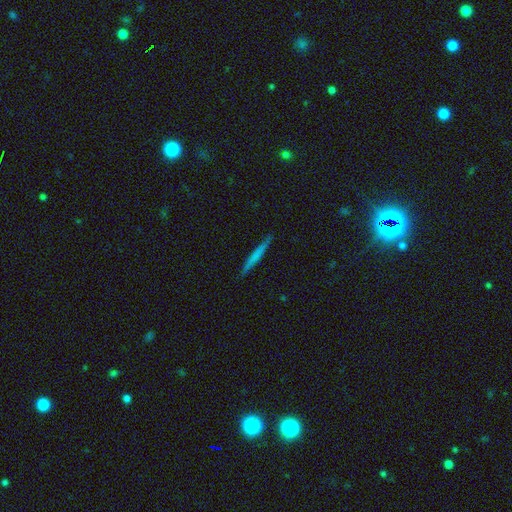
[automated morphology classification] smooth 60%, featured or disk 35%, star or artifact 6%. Down the decision tree: how rounded — cigar-shaped (96%); merging — none (90%).